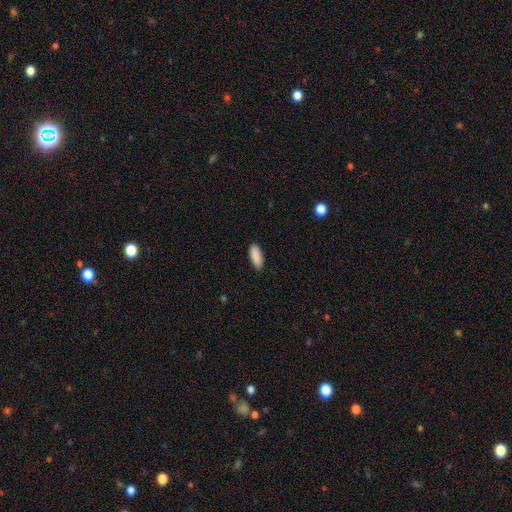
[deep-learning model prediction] The model was most divided on "how rounded": in between: 70%, cigar-shaped: 29%, round: 2%. More confident: smooth or featured — smooth (90%); merging — none (89%).